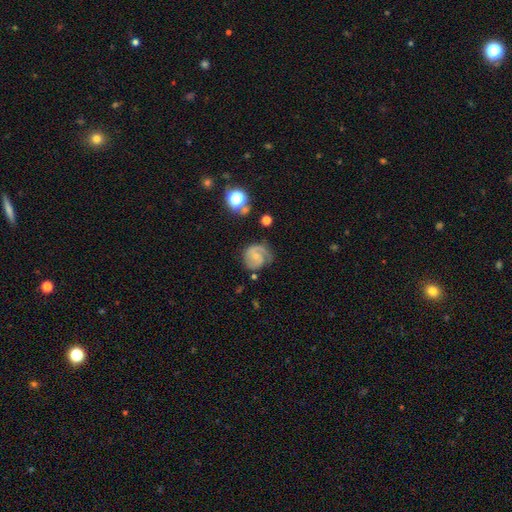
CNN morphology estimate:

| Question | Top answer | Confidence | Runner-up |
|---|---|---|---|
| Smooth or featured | featured or disk | 73% | smooth (19%) |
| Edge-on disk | no | 98% | yes (2%) |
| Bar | no | 62% | weak (32%) |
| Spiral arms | yes | 93% | no (7%) |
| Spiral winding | tight | 44% | medium (41%) |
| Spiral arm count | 2 | 55% | 1 (27%) |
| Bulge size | small | 64% | moderate (28%) |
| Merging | none | 62% | minor disturbance (23%) |